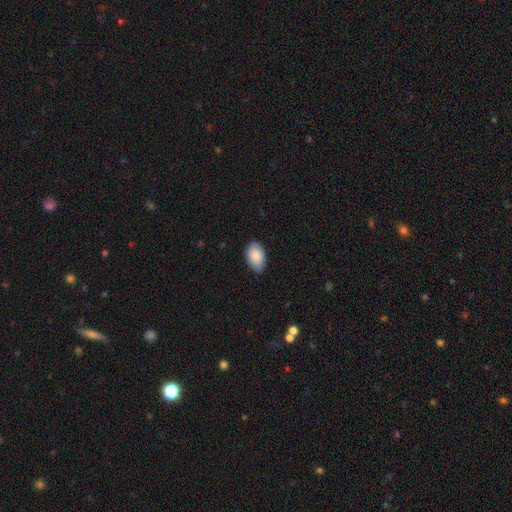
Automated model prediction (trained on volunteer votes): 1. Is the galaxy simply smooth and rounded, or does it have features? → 88% smooth, 6% star or artifact, 6% featured or disk.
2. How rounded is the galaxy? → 94% in between, 5% round, 1% cigar-shaped.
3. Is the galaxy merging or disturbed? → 80% none, 17% minor disturbance, 2% major disturbance, 1% merger.